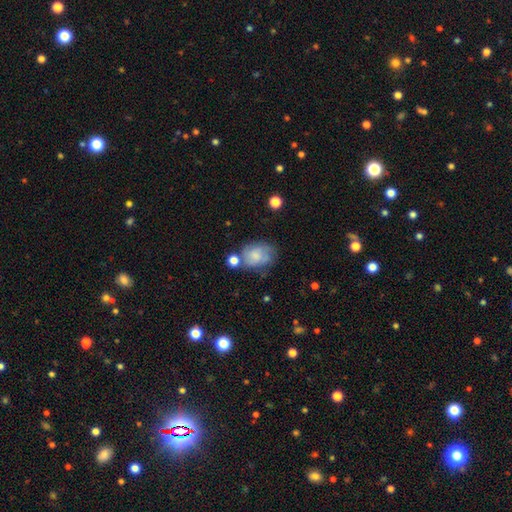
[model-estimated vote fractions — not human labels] Smooth or featured? Predicted: smooth (p=0.54). How rounded? Predicted: in between (p=0.64). Merging? Predicted: none (p=0.49).